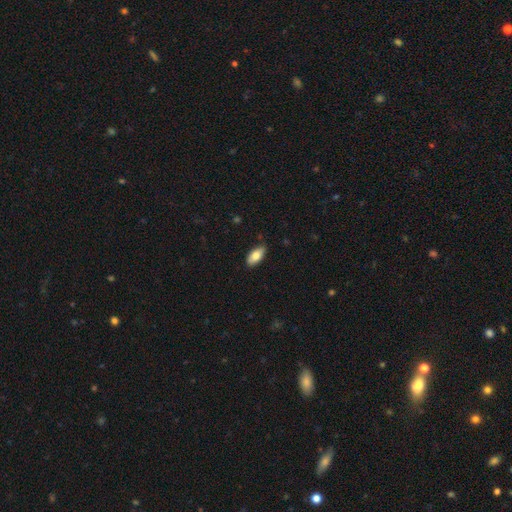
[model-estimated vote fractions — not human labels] Smooth or featured? Predicted: smooth (p=0.78). How rounded? Predicted: in between (p=0.89). Merging? Predicted: none (p=0.84).